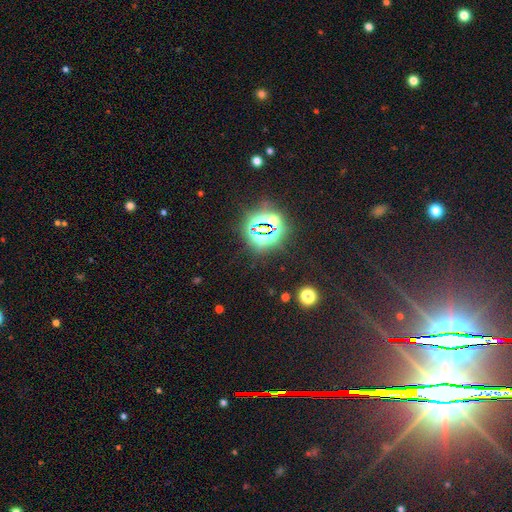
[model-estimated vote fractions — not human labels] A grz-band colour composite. It shows a star or artifact, not a galaxy (82%).